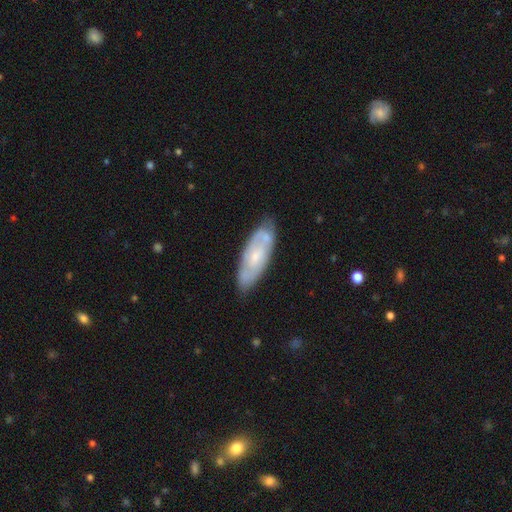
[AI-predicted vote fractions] Smooth or featured?
  - featured or disk: 61% *
  - smooth: 33%
  - star or artifact: 6%
Edge-on disk?
  - no: 86% *
  - yes: 14%
Bar?
  - no: 67% *
  - weak: 28%
  - strong: 5%
Spiral arms?
  - yes: 69% *
  - no: 31%
Bulge size?
  - small: 59% *
  - moderate: 33%
  - none: 5%
  - large: 2%
  - dominant: 1%
Merging?
  - none: 75% *
  - minor disturbance: 19%
  - major disturbance: 4%
  - merger: 3%